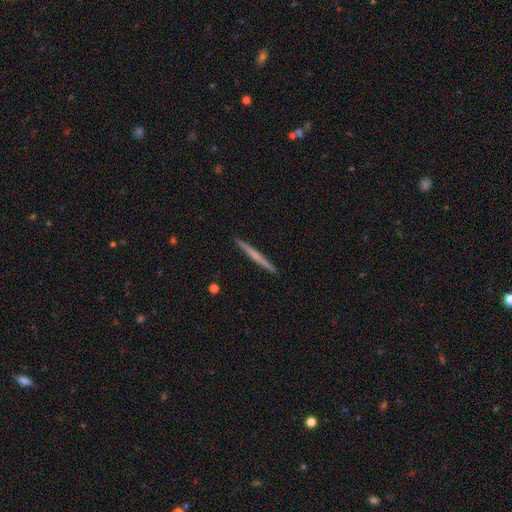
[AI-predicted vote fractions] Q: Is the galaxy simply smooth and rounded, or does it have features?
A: smooth — 50%.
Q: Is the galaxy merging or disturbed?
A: none — 93%.